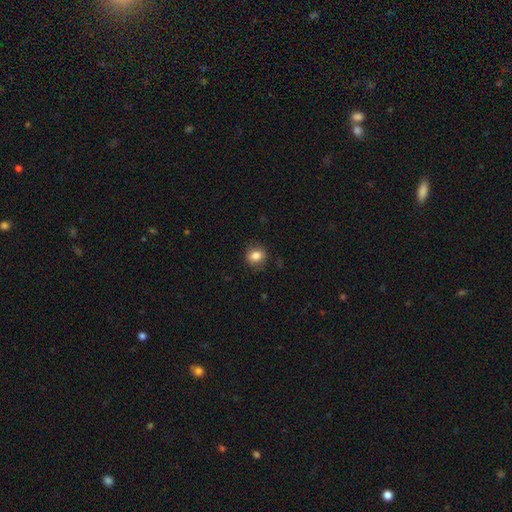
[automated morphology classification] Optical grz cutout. It shows a smooth galaxy with no disk features (83%) that is round (63%). Merging: none (83%).